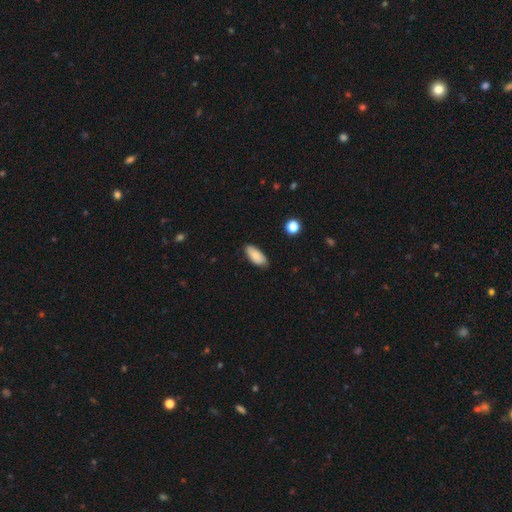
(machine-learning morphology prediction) A smooth galaxy with no disk features (87%) that is in between round and cigar-shaped (87%). Merging: none (83%).